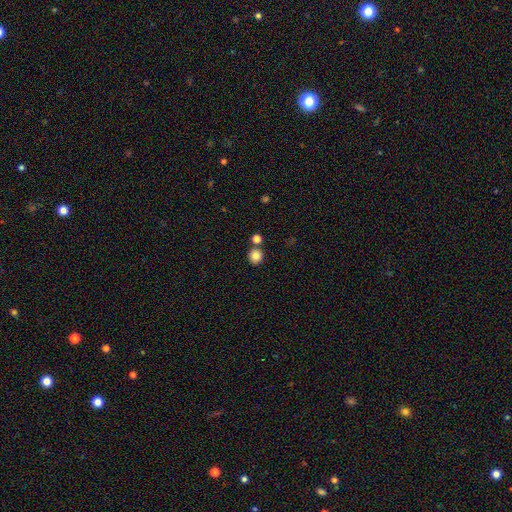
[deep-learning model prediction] Morphology: type=smooth (83%); roundness=round (92%); merging=none (77%).